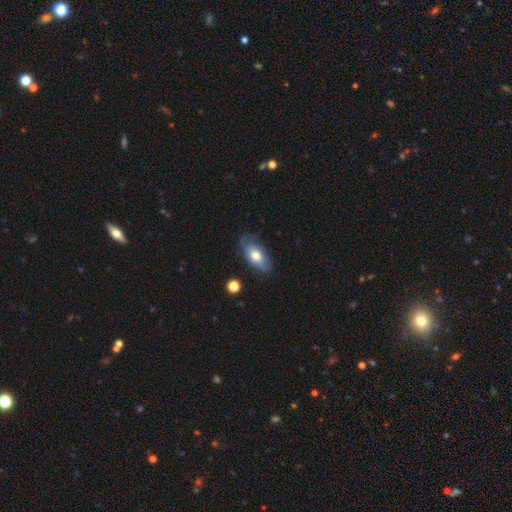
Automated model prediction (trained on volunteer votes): A smooth galaxy with no disk features (64%) that is in between round and cigar-shaped (90%). Merging: none (66%).